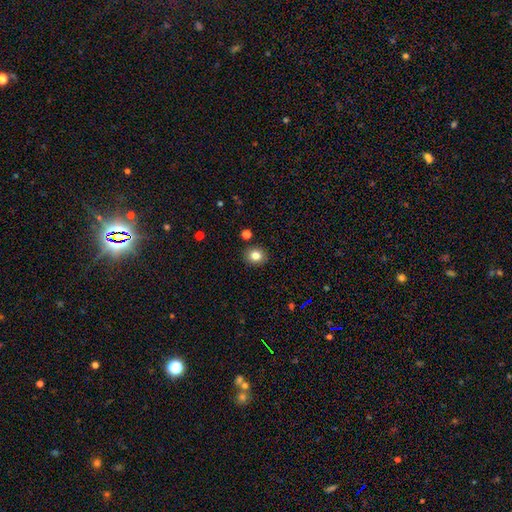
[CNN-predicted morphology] This appears to be a smooth galaxy with no disk features (81%) that is round (76%). Merging: none (90%).